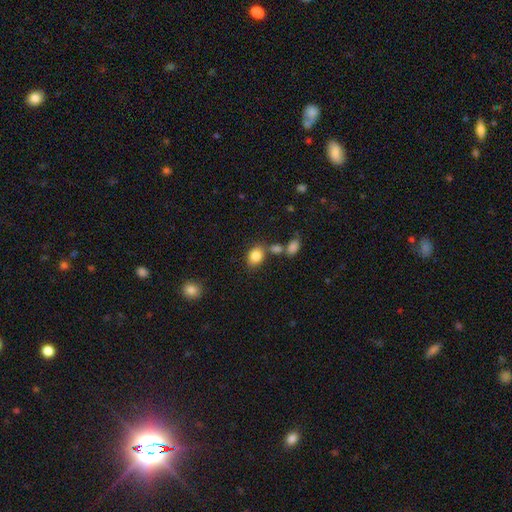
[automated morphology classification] Smooth or featured? smooth (84%)
How rounded? in between (67%)
Merging? none (63%)